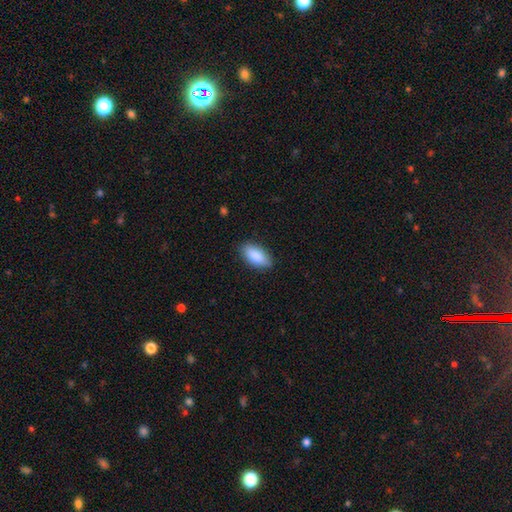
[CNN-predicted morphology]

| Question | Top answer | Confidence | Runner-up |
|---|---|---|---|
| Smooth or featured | smooth | 89% | star or artifact (6%) |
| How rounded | in between | 91% | cigar-shaped (7%) |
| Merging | none | 86% | minor disturbance (10%) |